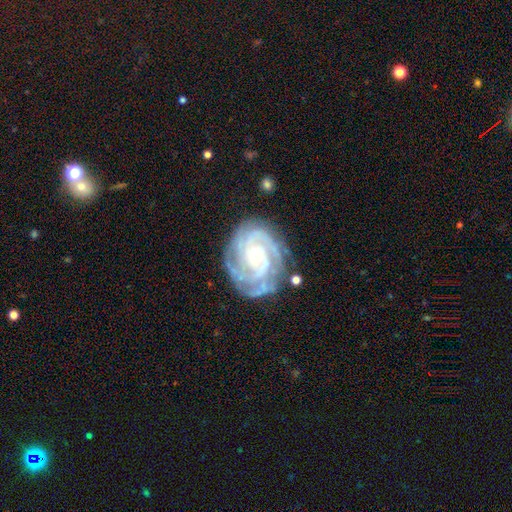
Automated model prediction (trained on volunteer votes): featured or disk 91%, star or artifact 5%, smooth 4%. Down the decision tree: edge-on disk — no (98%); bar — no (73%); spiral arms — yes (98%); spiral arm count — 3 (31%); spiral winding — tight (77%); bulge size — small (76%); merging — none (75%).